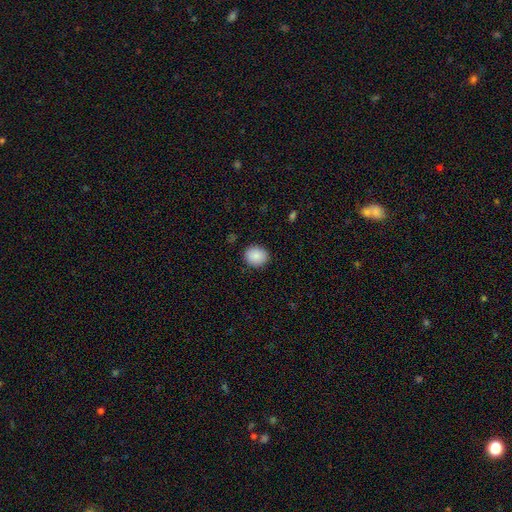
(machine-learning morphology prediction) smooth_or_featured: smooth (p=0.88) [alt: star or artifact p=0.08]
how_rounded: round (p=0.74) [alt: in between p=0.25]
merging: none (p=0.89) [alt: minor disturbance p=0.08]